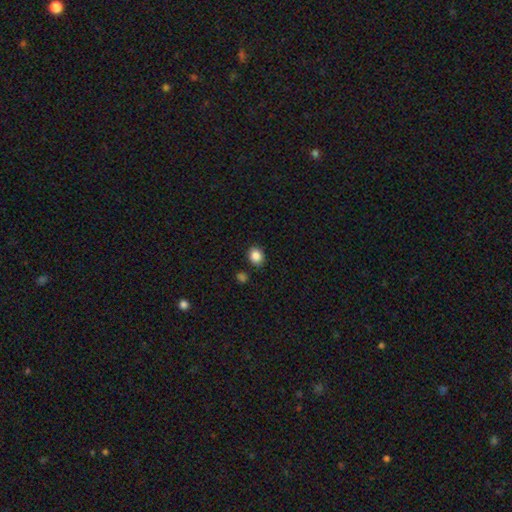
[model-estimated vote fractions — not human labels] A smooth galaxy with no disk features (86%) that is round (62%). Merging: none (87%).